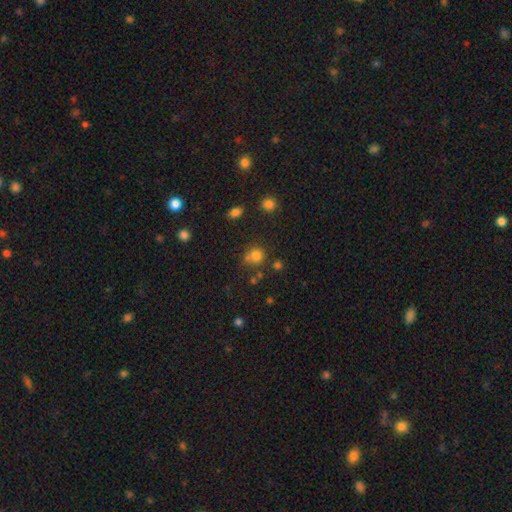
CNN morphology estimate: Smooth or featured: smooth — 76% (star or artifact — 17%)
How rounded: round — 84% (in between — 15%)
Merging: none — 60% (merger — 20%)